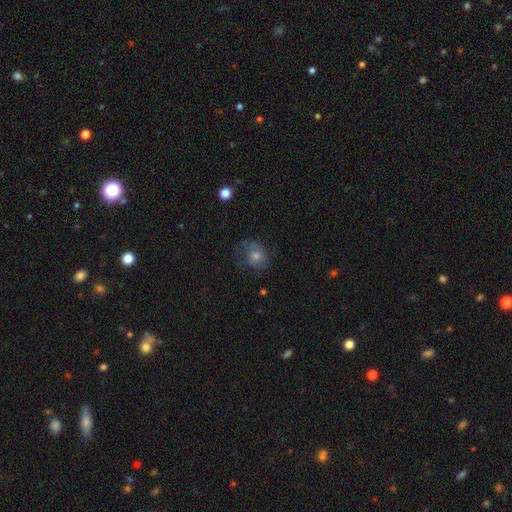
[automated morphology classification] This appears to be a smooth galaxy with no disk features (45%). Merging: none (57%).